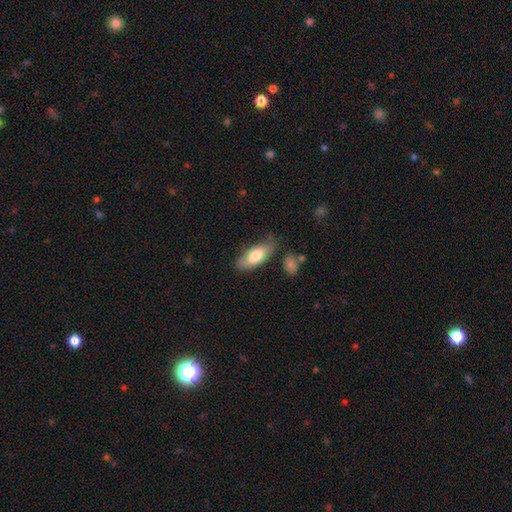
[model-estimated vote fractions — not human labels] smooth_or_featured: smooth (p=0.74) [alt: featured or disk p=0.20]
how_rounded: in between (p=0.78) [alt: cigar-shaped p=0.20]
merging: none (p=0.74) [alt: minor disturbance p=0.19]